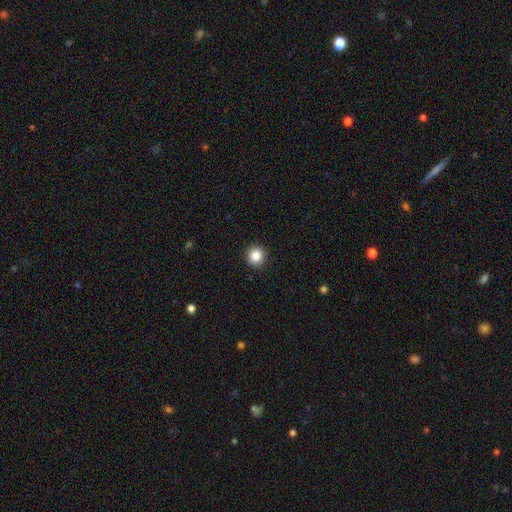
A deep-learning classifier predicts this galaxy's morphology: This appears to be a smooth galaxy with no disk features (85%) that is round (93%). Merging: none (93%).